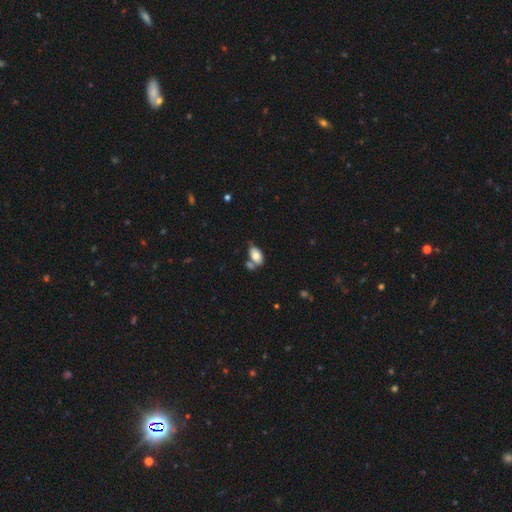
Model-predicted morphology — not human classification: This is likely a smooth galaxy (78%). How rounded: clearly in between (92%). Merging: possibly none (48%).